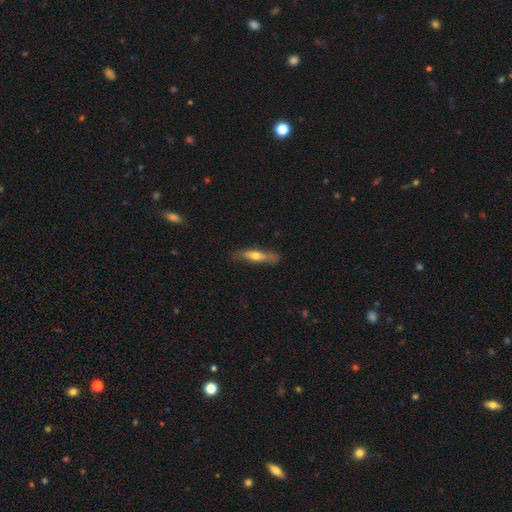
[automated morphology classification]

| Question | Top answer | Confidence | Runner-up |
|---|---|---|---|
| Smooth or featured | smooth | 50% | featured or disk (45%) |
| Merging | none | 75% | minor disturbance (18%) |